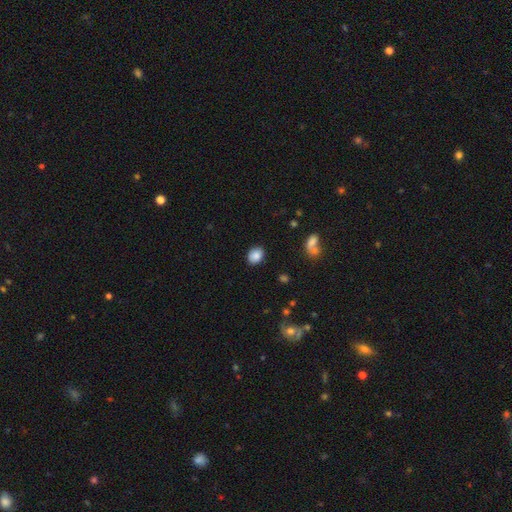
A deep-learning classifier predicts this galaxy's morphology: Smooth or featured? smooth (87%)
How rounded? in between (63%)
Merging? none (85%)